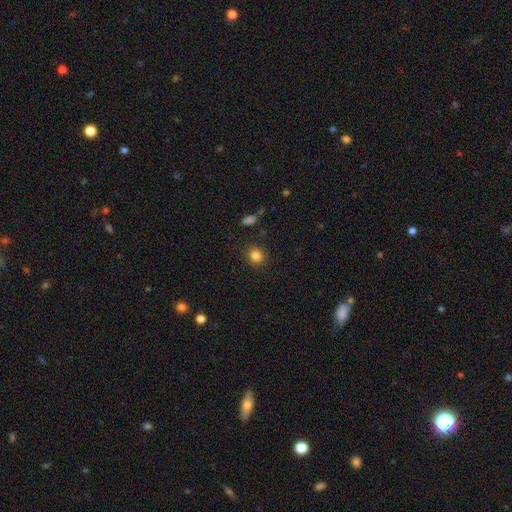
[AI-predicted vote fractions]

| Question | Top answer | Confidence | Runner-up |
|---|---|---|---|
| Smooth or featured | smooth | 83% | star or artifact (12%) |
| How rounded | round | 88% | in between (11%) |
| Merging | none | 87% | minor disturbance (8%) |